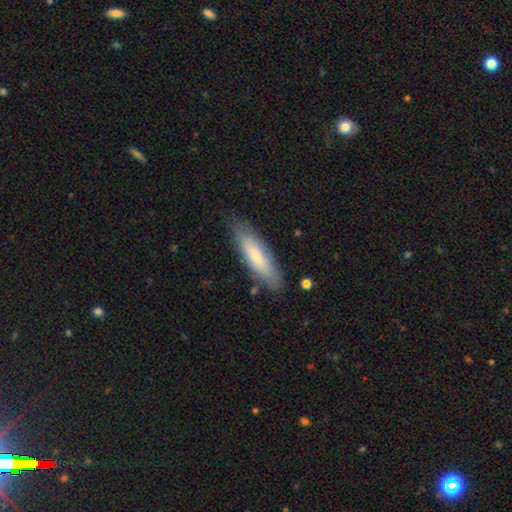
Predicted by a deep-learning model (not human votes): Smooth or featured: smooth — 68% (featured or disk — 26%)
How rounded: cigar-shaped — 62% (in between — 36%)
Merging: none — 80% (minor disturbance — 15%)